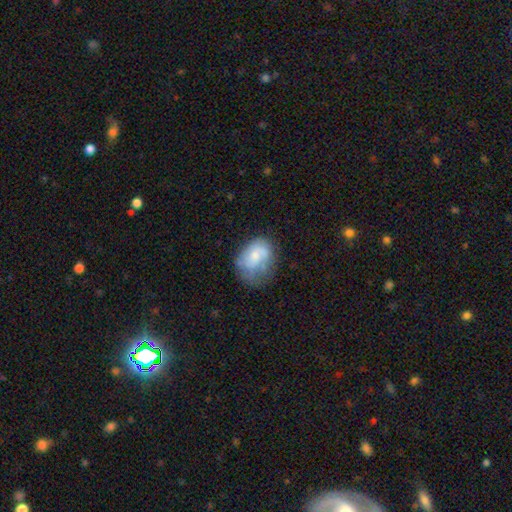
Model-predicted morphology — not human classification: Smooth or featured?
  - smooth: 60% *
  - featured or disk: 32%
  - star or artifact: 8%
How rounded?
  - in between: 67% *
  - round: 32%
  - cigar-shaped: 1%
Merging?
  - none: 38% *
  - minor disturbance: 33%
  - major disturbance: 25%
  - merger: 5%